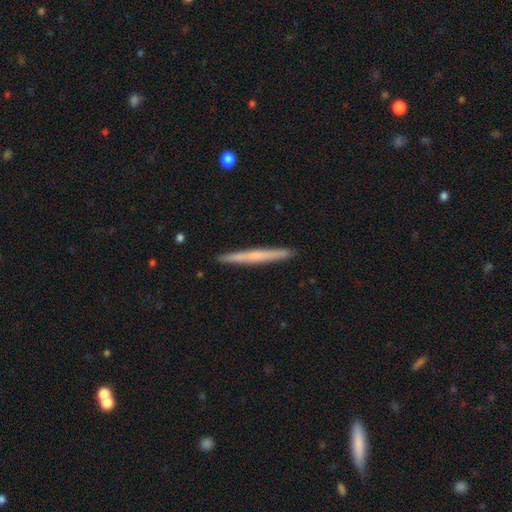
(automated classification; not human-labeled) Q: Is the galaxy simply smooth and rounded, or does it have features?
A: smooth — 52%.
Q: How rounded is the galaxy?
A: cigar-shaped — 97%.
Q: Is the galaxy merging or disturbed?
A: none — 93%.